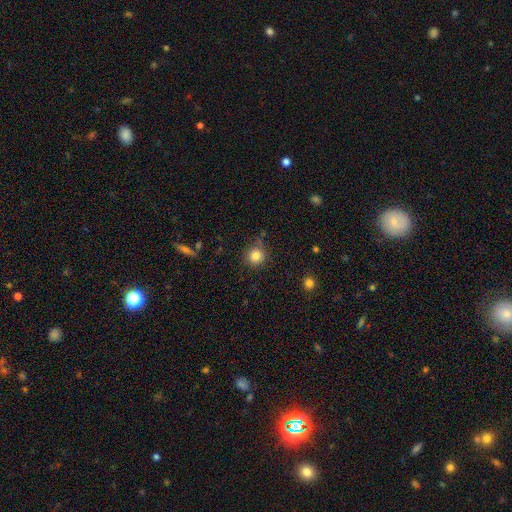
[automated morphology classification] This is clearly a smooth galaxy (83%). How rounded: clearly round (92%). Merging: likely none (78%).